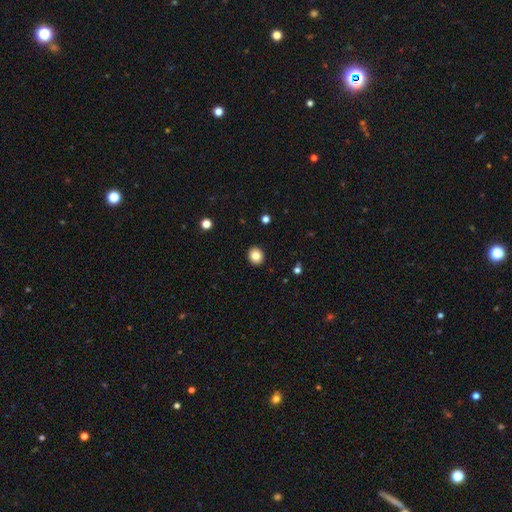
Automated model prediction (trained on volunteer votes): smooth 83%, star or artifact 10%, featured or disk 7%. Down the decision tree: how rounded — round (80%); merging — none (92%).